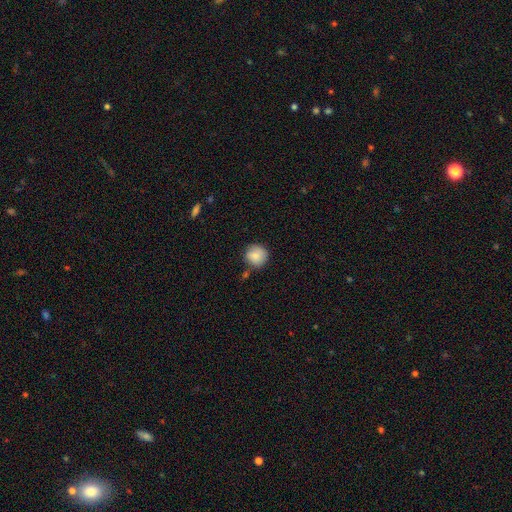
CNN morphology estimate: Overall: smooth (83%). How rounded: round (92%). Merging: none (73%).